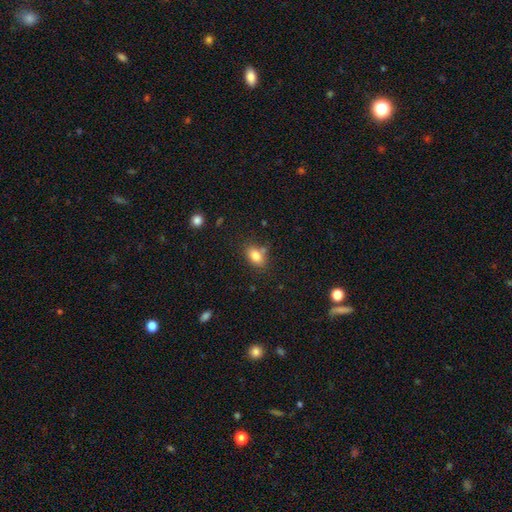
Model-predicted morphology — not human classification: smooth 82%, star or artifact 10%, featured or disk 8%. Down the decision tree: how rounded — in between (81%); merging — none (70%).